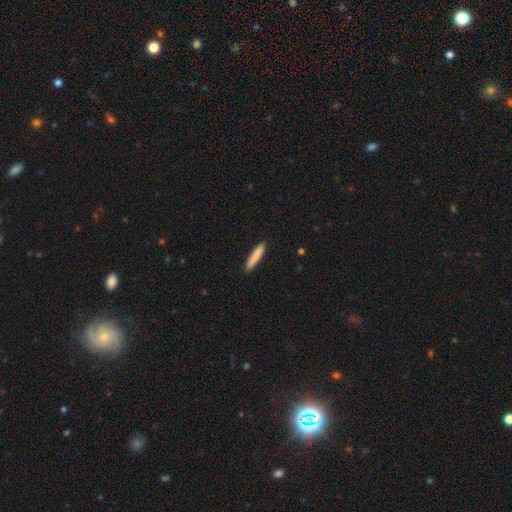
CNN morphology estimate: smooth_or_featured: smooth (p=0.84) [alt: featured or disk p=0.11]
how_rounded: cigar-shaped (p=0.91) [alt: in between p=0.08]
merging: none (p=0.90) [alt: minor disturbance p=0.07]